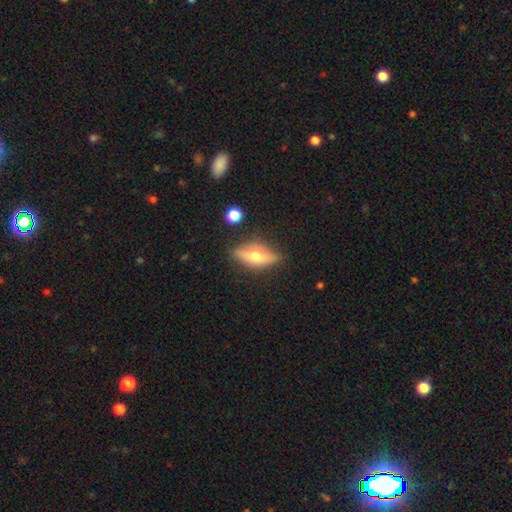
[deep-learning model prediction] featured or disk 53%, smooth 39%, star or artifact 8%. Down the decision tree: edge-on disk — yes (86%); merging — none (79%).